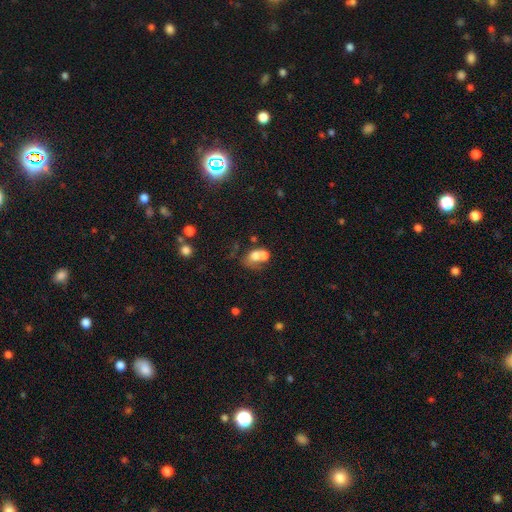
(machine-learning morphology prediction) smooth-or-featured: smooth: 64% | featured or disk: 25% | star or artifact: 11%
  how-rounded: in between: 57% | round: 41% | cigar-shaped: 1%
  merging: merger: 62% | none: 21% | minor disturbance: 9% | major disturbance: 8%